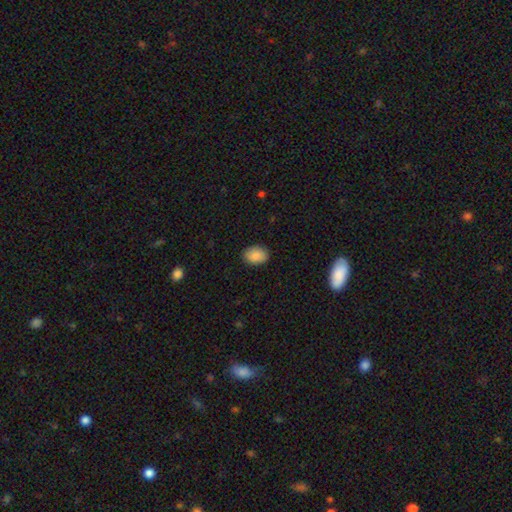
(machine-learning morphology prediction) type=smooth (88%); roundness=in between (78%); merging=none (88%).